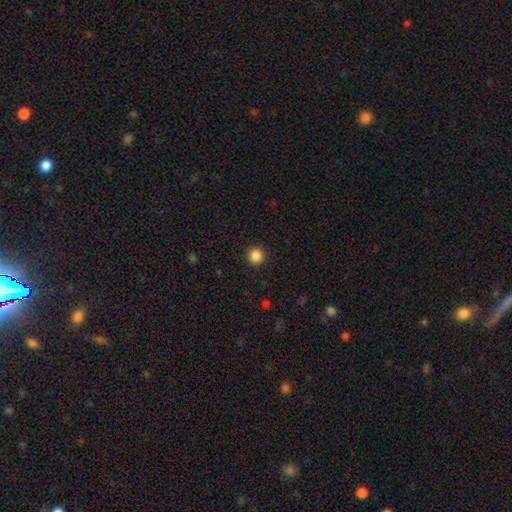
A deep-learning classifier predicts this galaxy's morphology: Smooth or featured?
  - smooth: 87% *
  - star or artifact: 10%
  - featured or disk: 3%
How rounded?
  - round: 95% *
  - in between: 4%
  - cigar-shaped: 1%
Merging?
  - none: 92% *
  - minor disturbance: 5%
  - major disturbance: 2%
  - merger: 1%